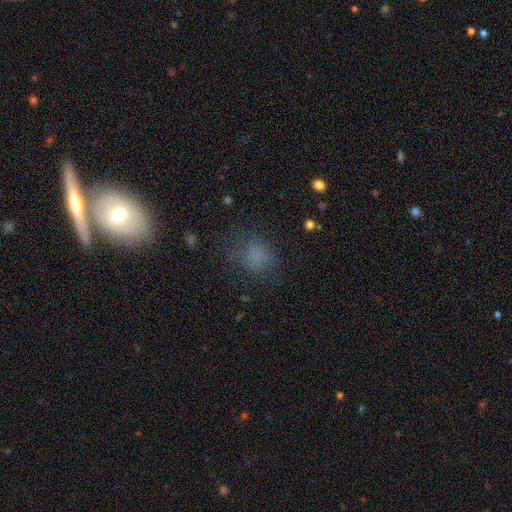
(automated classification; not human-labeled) Smooth or featured? smooth (71%)
How rounded? round (60%)
Merging? none (65%)